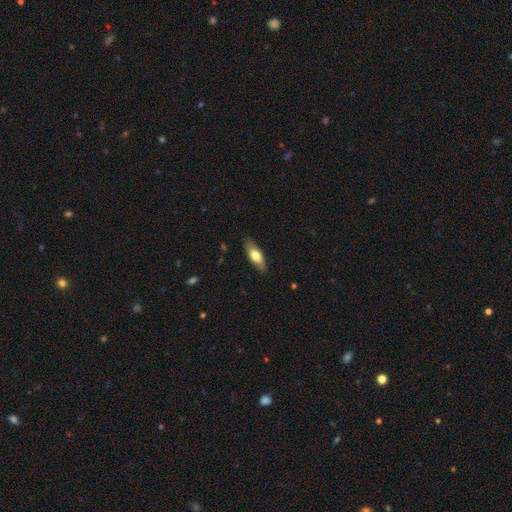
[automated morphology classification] This is likely a smooth galaxy (68%). How rounded: likely in between (71%). Merging: clearly none (83%).